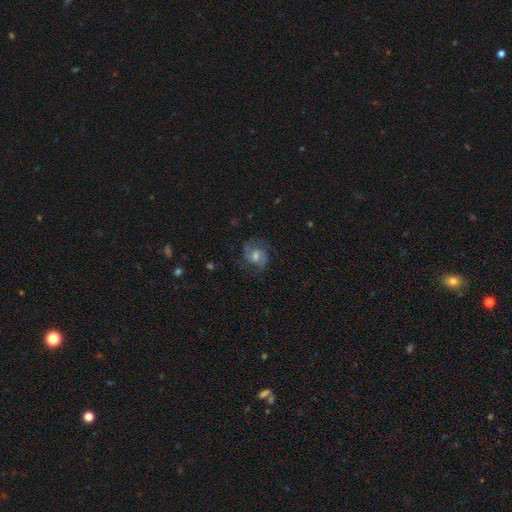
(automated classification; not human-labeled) Overall: featured or disk (67%). Edge-on disk: no (98%). Bar: weak (46%; no 45%). Spiral arms: yes (91%). Spiral arm count: 2 (78%). Spiral winding: medium (52%; tight 26%). Bulge size: moderate (49%; small 31%). Merging: none (68%).